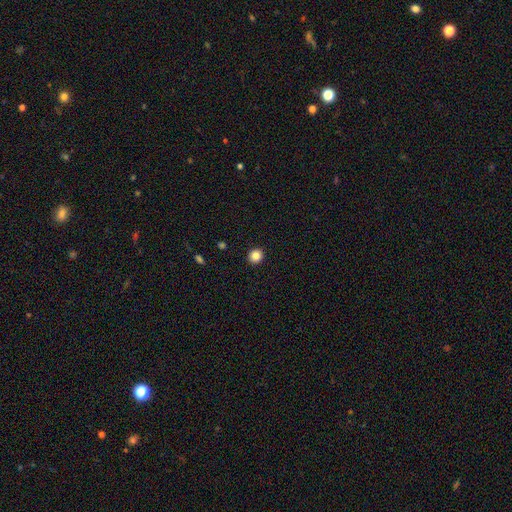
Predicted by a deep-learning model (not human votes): Morphology: type=smooth (85%); roundness=round (84%); merging=none (92%).